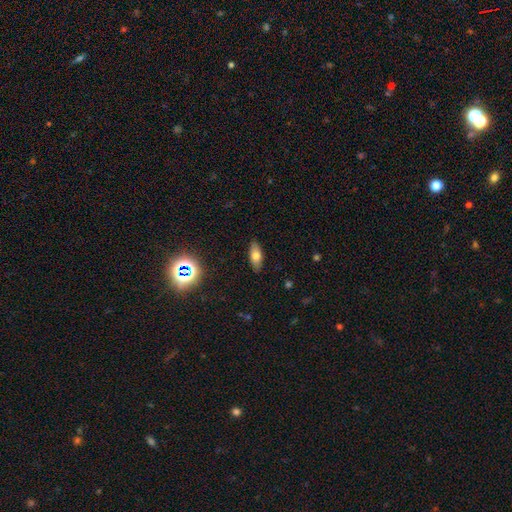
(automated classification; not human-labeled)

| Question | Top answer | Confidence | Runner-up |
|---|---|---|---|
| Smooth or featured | smooth | 70% | featured or disk (19%) |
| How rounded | in between | 77% | cigar-shaped (19%) |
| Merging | none | 88% | minor disturbance (9%) |